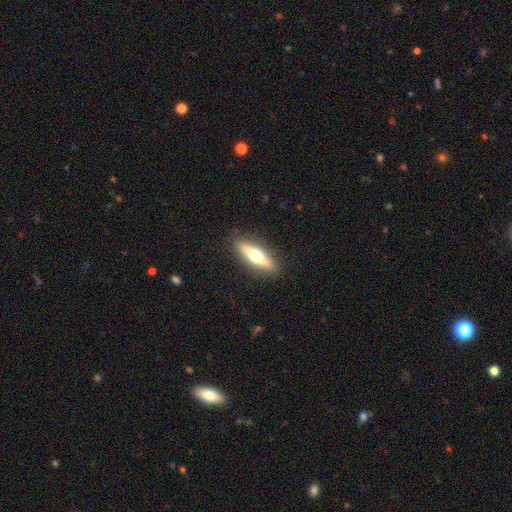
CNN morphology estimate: Q: Smooth or featured?
A: featured or disk (49%); runner-up: smooth (45%)
Q: Merging?
A: none (90%); runner-up: minor disturbance (7%)